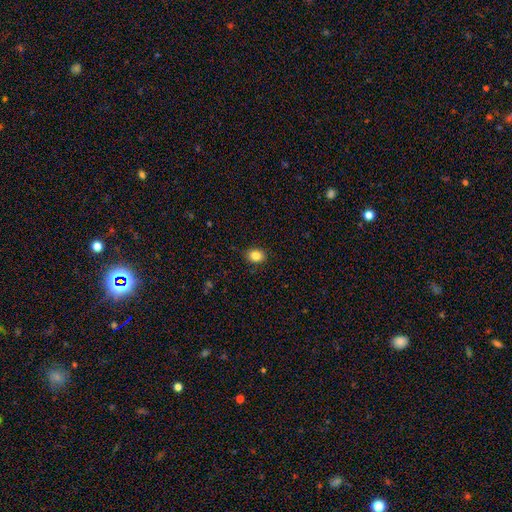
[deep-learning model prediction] Smooth or featured: smooth — 84% (star or artifact — 11%)
How rounded: round — 57% (in between — 42%)
Merging: none — 89% (minor disturbance — 8%)